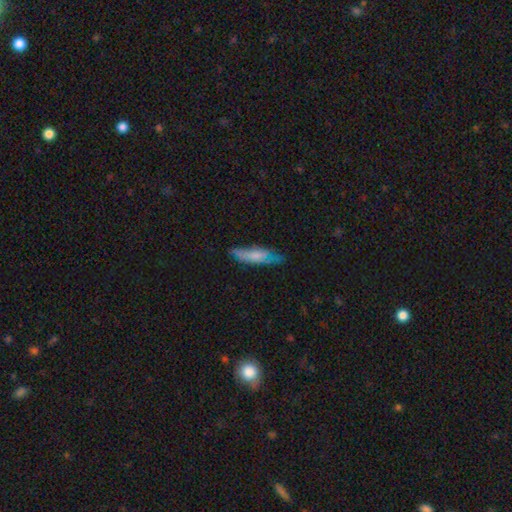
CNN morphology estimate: Smooth or featured? smooth (58%)
How rounded? cigar-shaped (69%)
Merging? none (60%)